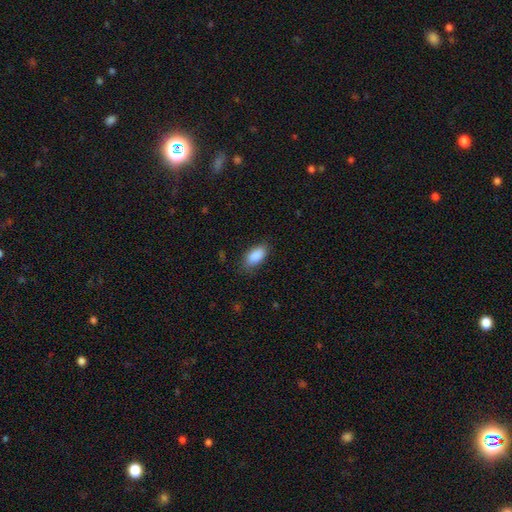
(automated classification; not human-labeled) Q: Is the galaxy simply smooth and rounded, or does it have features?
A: smooth — 89%.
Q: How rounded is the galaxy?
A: in between — 92%.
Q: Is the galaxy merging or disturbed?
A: none — 79%.